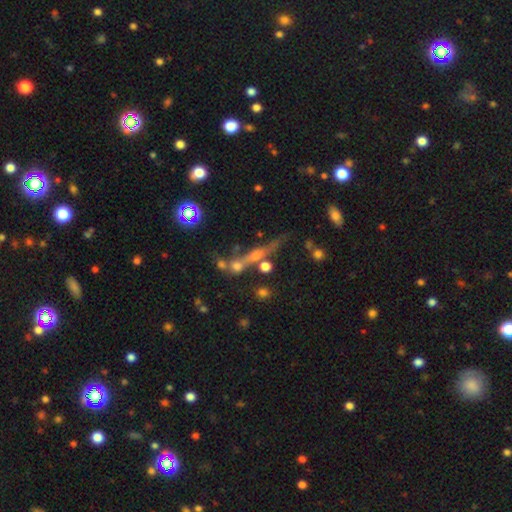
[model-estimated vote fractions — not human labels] This is possibly a featured or disk galaxy (53%). It is clearly viewed edge-on (80%). Merging: possibly none (55%).